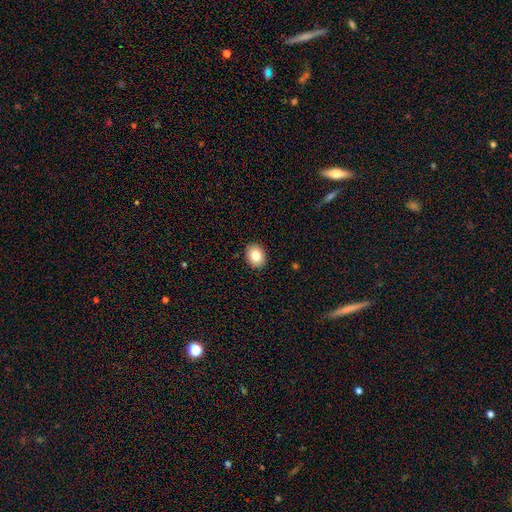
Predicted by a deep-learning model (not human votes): A smooth galaxy with no disk features (83%) that is round (52%).

Vote fractions:
- Smooth or featured? smooth: 83% / star or artifact: 9% / featured or disk: 8%
- How rounded? round: 52% / in between: 47% / cigar-shaped: 1%
- Merging? none: 90% / minor disturbance: 7% / major disturbance: 2% / merger: 1%